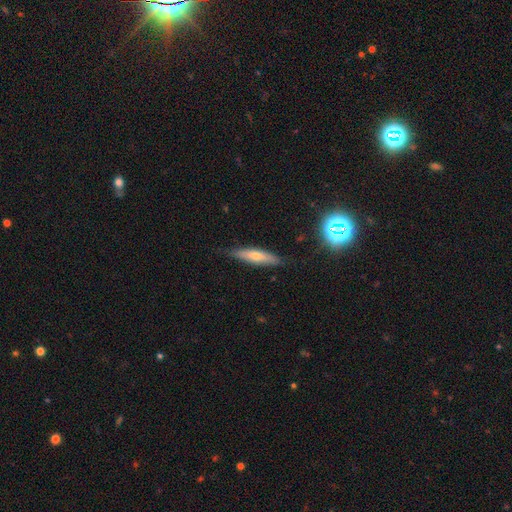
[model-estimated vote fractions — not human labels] This appears to be a smooth galaxy with no disk features (49%). Merging: none (83%).